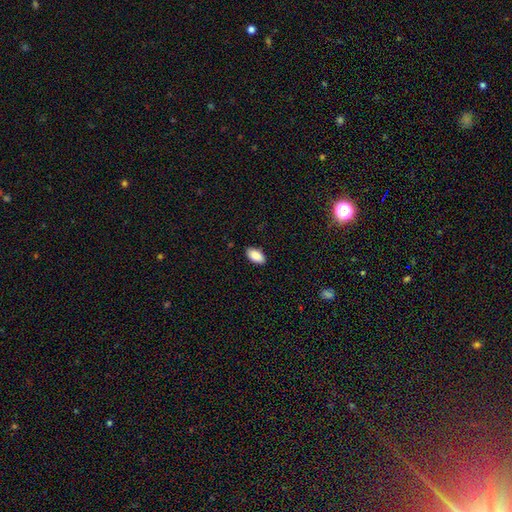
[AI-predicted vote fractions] Smooth or featured? Predicted: smooth (p=0.89). How rounded? Predicted: in between (p=0.94). Merging? Predicted: none (p=0.88).